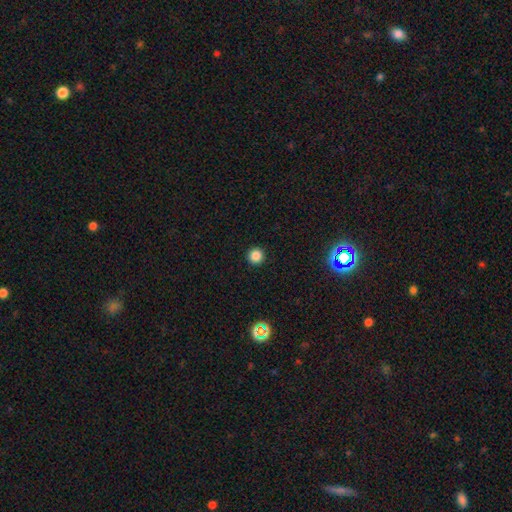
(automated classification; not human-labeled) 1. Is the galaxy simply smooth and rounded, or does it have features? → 84% smooth, 12% star or artifact, 3% featured or disk.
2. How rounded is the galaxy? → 96% round, 3% in between, 1% cigar-shaped.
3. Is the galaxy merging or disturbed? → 93% none, 4% minor disturbance, 2% major disturbance, 1% merger.